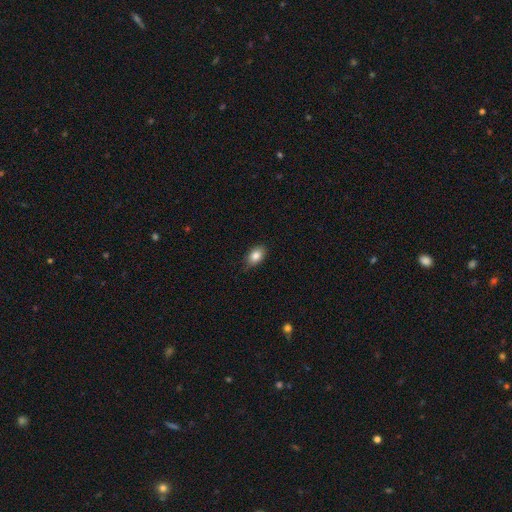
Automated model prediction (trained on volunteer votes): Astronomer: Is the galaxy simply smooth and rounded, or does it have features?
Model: smooth — 85%.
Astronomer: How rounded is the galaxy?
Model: in between — 87%.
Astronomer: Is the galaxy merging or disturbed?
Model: none — 82%.